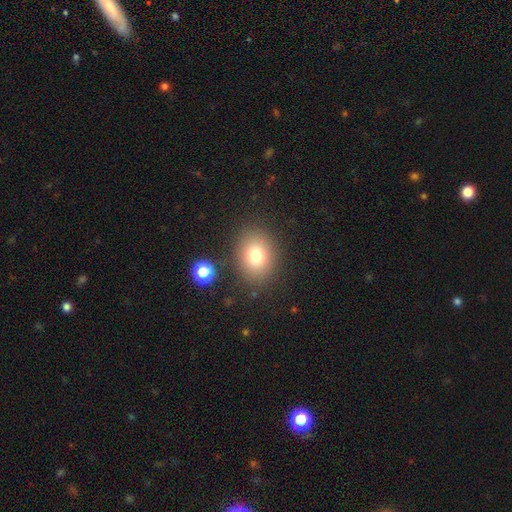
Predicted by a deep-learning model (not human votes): smooth-or-featured: smooth: 77% | star or artifact: 13% | featured or disk: 10%
  how-rounded: round: 52% | in between: 47% | cigar-shaped: 1%
  merging: none: 84% | minor disturbance: 9% | major disturbance: 4% | merger: 3%